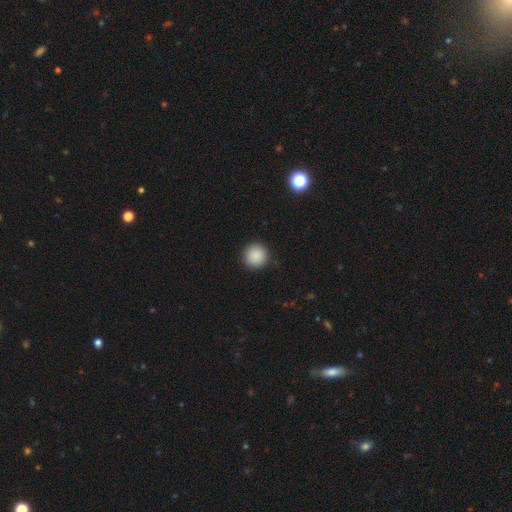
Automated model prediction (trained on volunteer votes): Smooth or featured? smooth (88%)
How rounded? round (95%)
Merging? none (91%)